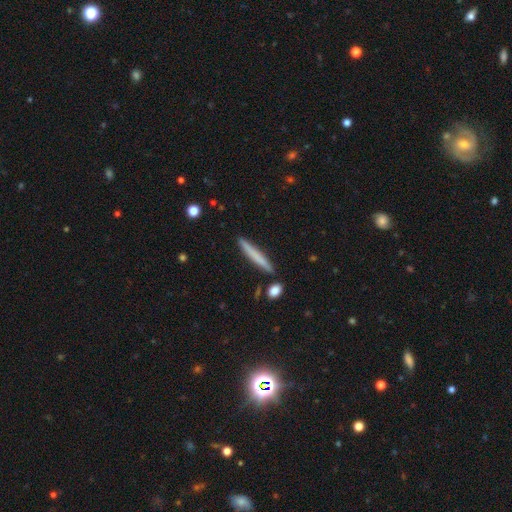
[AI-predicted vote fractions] Smooth or featured: smooth — 68% (featured or disk — 26%)
How rounded: cigar-shaped — 96% (in between — 3%)
Merging: none — 87% (minor disturbance — 8%)